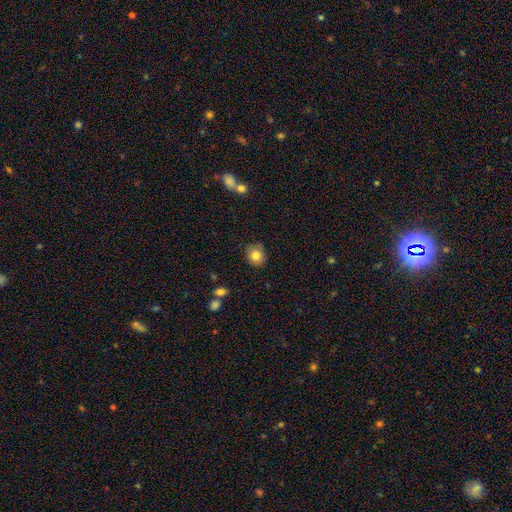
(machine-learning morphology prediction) A smooth galaxy with no disk features (82%) that is round (77%).

Vote fractions:
- Smooth or featured? smooth: 82% / star or artifact: 10% / featured or disk: 8%
- How rounded? round: 77% / in between: 22% / cigar-shaped: 1%
- Merging? none: 83% / minor disturbance: 12% / major disturbance: 2% / merger: 2%